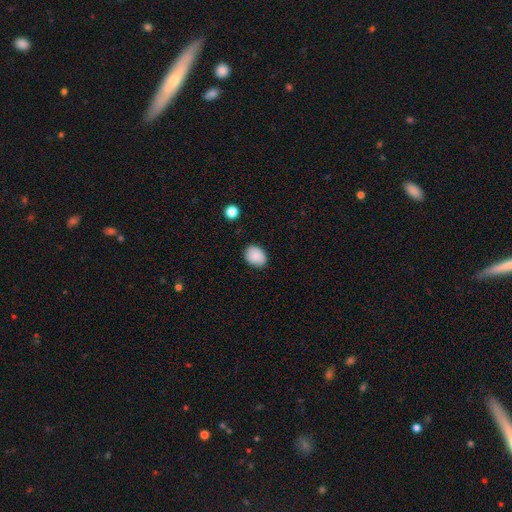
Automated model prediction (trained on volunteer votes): A smooth galaxy with no disk features (88%) that is in between round and cigar-shaped (59%). Merging: none (84%).